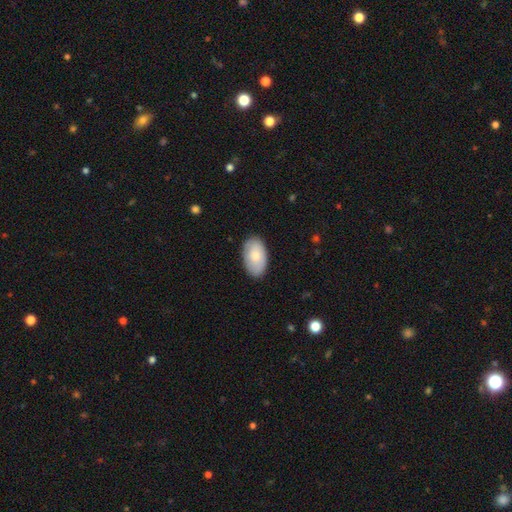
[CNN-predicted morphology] Smooth or featured? Predicted: smooth (p=0.77). How rounded? Predicted: in between (p=0.94). Merging? Predicted: none (p=0.84).